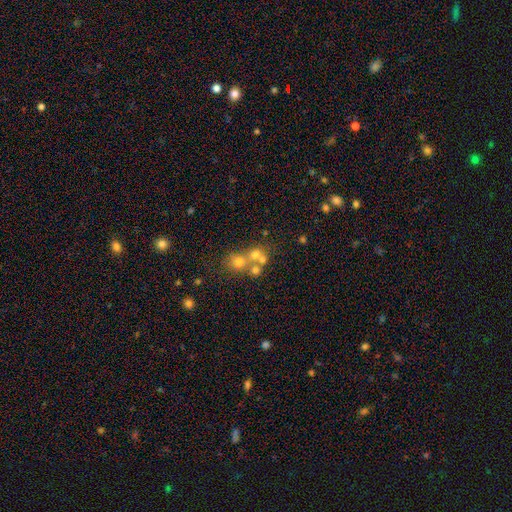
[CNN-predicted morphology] Smooth or featured?
  - smooth: 53% *
  - star or artifact: 25%
  - featured or disk: 23%
How rounded?
  - round: 82% *
  - in between: 16%
  - cigar-shaped: 1%
Merging?
  - merger: 48% *
  - none: 41%
  - minor disturbance: 7%
  - major disturbance: 5%